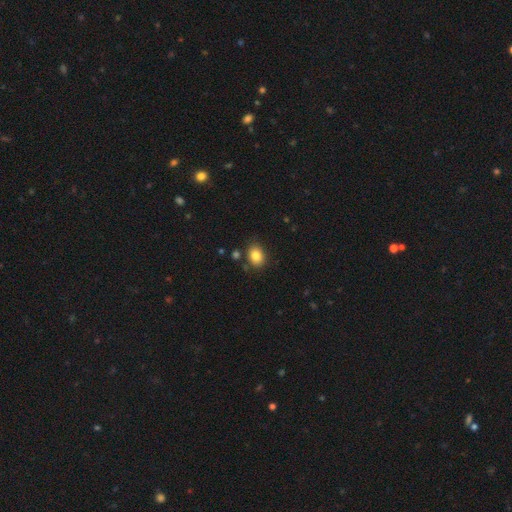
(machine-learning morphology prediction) smooth-or-featured: smooth: 83% | star or artifact: 10% | featured or disk: 7%
  how-rounded: in between: 61% | round: 38% | cigar-shaped: 1%
  merging: none: 82% | minor disturbance: 11% | merger: 4% | major disturbance: 3%